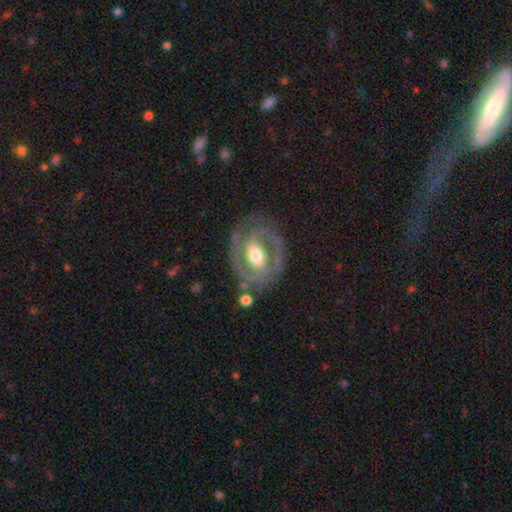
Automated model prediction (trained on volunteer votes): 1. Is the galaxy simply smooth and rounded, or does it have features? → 82% featured or disk, 13% smooth, 5% star or artifact.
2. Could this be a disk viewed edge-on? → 96% no, 4% yes.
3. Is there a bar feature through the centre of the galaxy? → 38% weak, 32% strong, 29% no.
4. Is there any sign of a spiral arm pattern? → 82% yes, 18% no.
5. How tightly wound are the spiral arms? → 54% tight, 36% medium, 10% loose.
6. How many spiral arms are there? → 73% 2, 12% can't tell, 7% 1, 5% 3, 2% 4, 2% more than 4.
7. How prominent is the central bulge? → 64% moderate, 21% large, 13% small, 2% dominant, 1% none.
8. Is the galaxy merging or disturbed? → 75% none, 15% minor disturbance, 7% major disturbance, 3% merger.